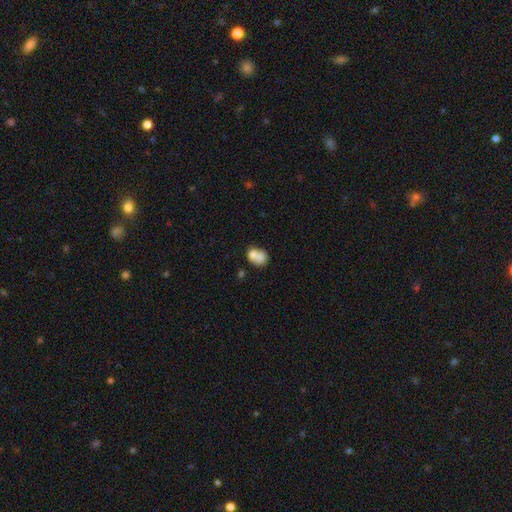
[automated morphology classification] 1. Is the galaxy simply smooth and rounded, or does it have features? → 69% smooth, 22% featured or disk, 9% star or artifact.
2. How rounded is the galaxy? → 56% round, 43% in between, 1% cigar-shaped.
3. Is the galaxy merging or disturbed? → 57% merger, 29% none, 10% minor disturbance, 5% major disturbance.